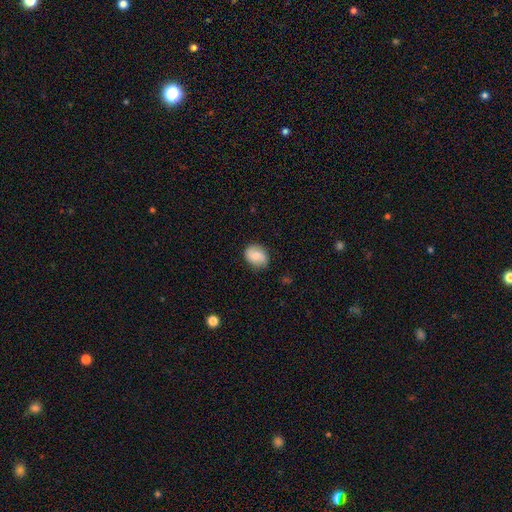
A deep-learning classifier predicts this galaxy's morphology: A smooth galaxy with no disk features (69%) that is in between round and cigar-shaped (51%).

Vote fractions:
- Smooth or featured? smooth: 69% / featured or disk: 23% / star or artifact: 8%
- How rounded? in between: 51% / round: 48% / cigar-shaped: 1%
- Merging? none: 82% / minor disturbance: 14% / major disturbance: 3% / merger: 1%